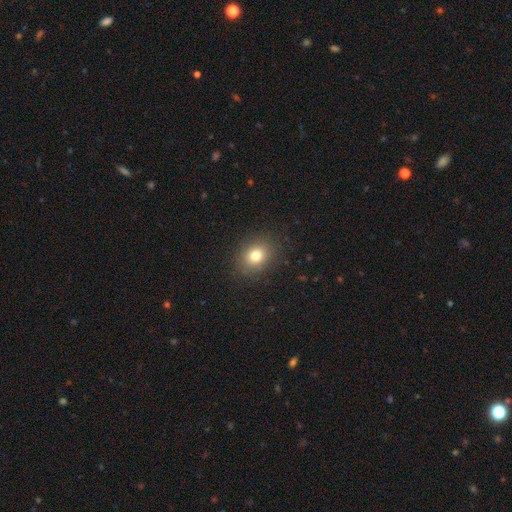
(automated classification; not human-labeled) smooth_or_featured: smooth (p=0.79) [alt: star or artifact p=0.13]
how_rounded: round (p=0.56) [alt: in between p=0.43]
merging: none (p=0.87) [alt: minor disturbance p=0.09]